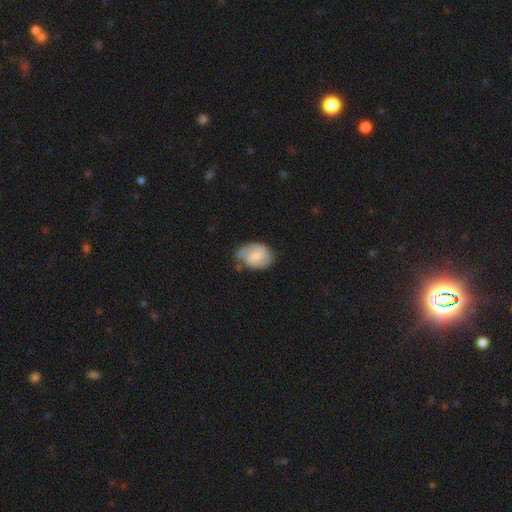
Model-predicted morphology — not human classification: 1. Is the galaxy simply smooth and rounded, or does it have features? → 66% featured or disk, 28% smooth, 6% star or artifact.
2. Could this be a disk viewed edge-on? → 98% no, 2% yes.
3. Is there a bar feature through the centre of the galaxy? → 51% weak, 37% no, 12% strong.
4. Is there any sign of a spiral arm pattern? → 92% yes, 8% no.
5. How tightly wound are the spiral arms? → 48% medium, 29% tight, 22% loose.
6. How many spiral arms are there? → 73% 2, 10% can't tell, 8% 1, 5% 3, 1% 4, 1% more than 4.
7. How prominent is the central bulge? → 44% small, 27% moderate, 23% none, 4% large, 1% dominant.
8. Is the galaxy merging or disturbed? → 58% none, 28% minor disturbance, 11% major disturbance, 4% merger.